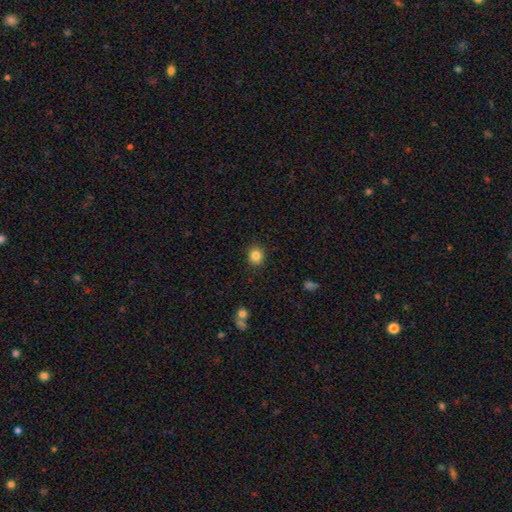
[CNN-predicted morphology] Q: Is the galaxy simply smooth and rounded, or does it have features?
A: smooth — 84%.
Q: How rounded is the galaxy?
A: round — 80%.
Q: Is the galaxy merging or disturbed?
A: none — 90%.